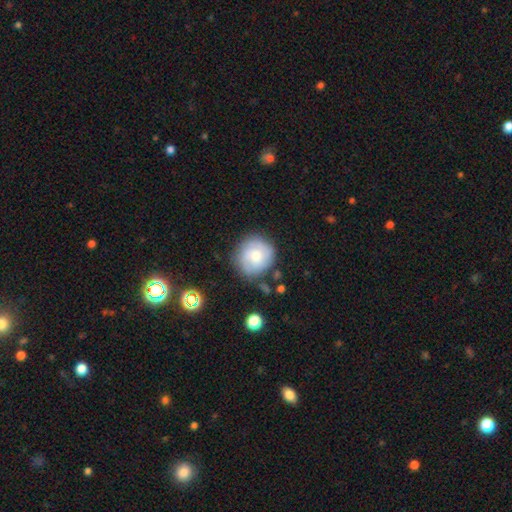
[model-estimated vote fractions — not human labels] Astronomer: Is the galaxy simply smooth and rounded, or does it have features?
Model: smooth — 47% (runner-up: featured or disk, 46%).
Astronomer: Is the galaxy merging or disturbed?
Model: none — 73%.